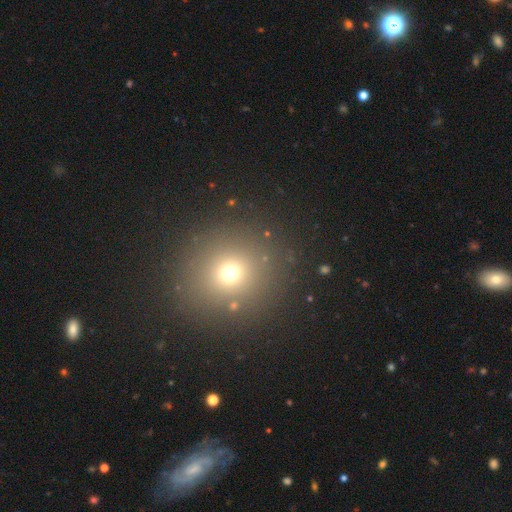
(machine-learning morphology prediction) Overall: smooth (62%; star or artifact 29%). How rounded: round (89%). Merging: none (89%).